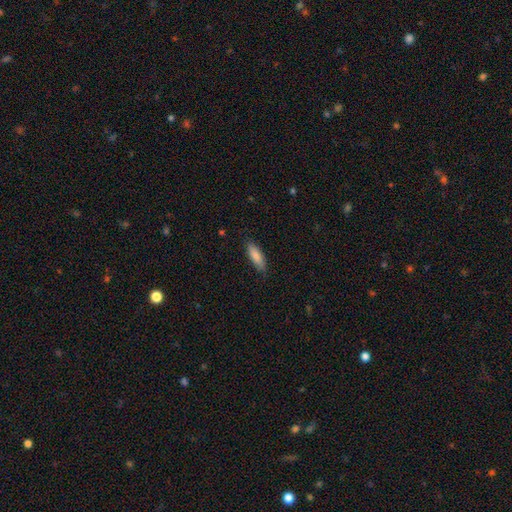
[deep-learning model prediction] Smooth or featured?
  - smooth: 85% *
  - featured or disk: 9%
  - star or artifact: 6%
How rounded?
  - in between: 57% *
  - cigar-shaped: 42%
  - round: 2%
Merging?
  - none: 81% *
  - minor disturbance: 15%
  - major disturbance: 3%
  - merger: 1%